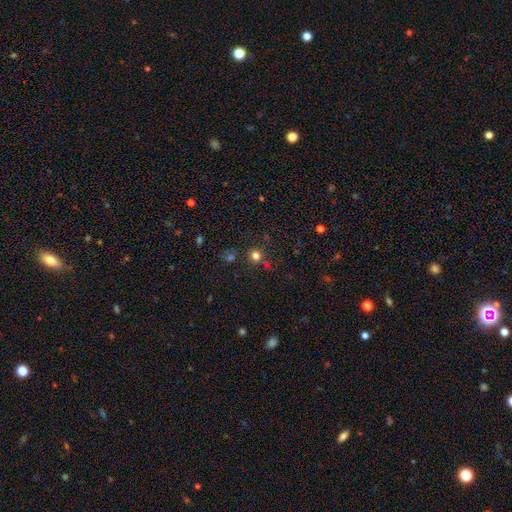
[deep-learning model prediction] Overall: smooth (73%). How rounded: round (89%). Merging: none (79%).